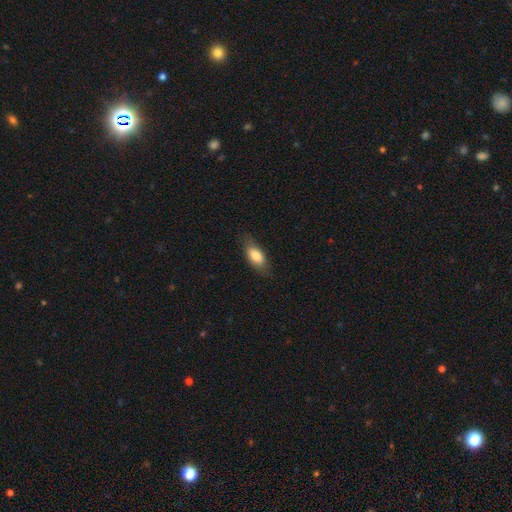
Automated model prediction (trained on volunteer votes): Smooth or featured? Predicted: smooth (p=0.78). How rounded? Predicted: in between (p=0.83). Merging? Predicted: none (p=0.77).